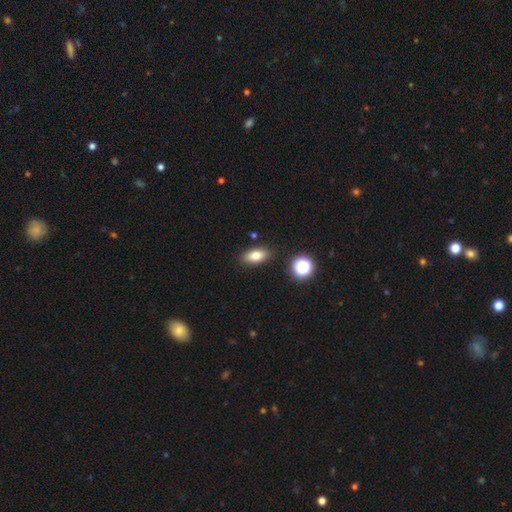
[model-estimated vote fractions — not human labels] Smooth or featured? Predicted: smooth (p=0.79). How rounded? Predicted: in between (p=0.86). Merging? Predicted: none (p=0.86).